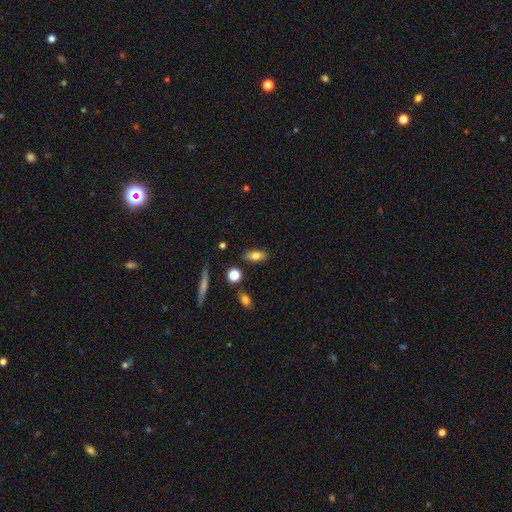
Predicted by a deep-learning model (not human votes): A smooth galaxy with no disk features (76%) that is in between round and cigar-shaped (80%).

Vote fractions:
- Smooth or featured? smooth: 76% / featured or disk: 16% / star or artifact: 8%
- How rounded? in between: 80% / cigar-shaped: 15% / round: 5%
- Merging? none: 84% / minor disturbance: 10% / merger: 3% / major disturbance: 2%